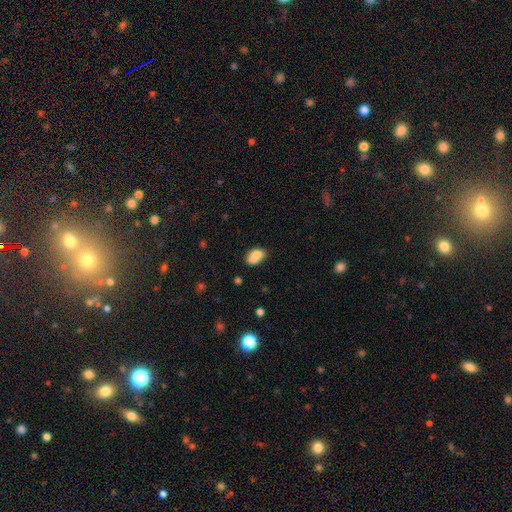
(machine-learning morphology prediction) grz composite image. It shows a smooth galaxy with no disk features (78%) that is in between round and cigar-shaped (86%). Merging: none (42%).